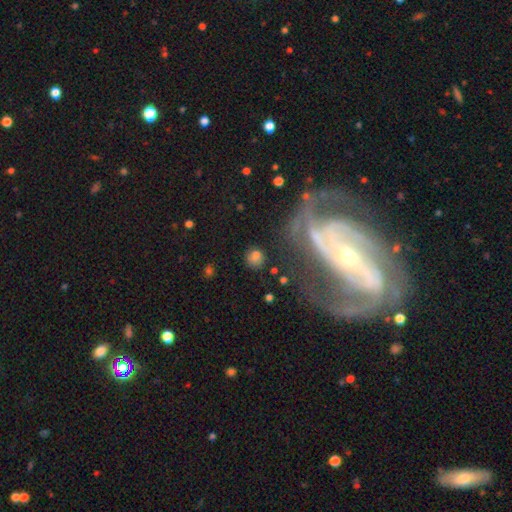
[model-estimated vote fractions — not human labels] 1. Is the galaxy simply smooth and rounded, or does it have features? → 70% smooth, 16% star or artifact, 13% featured or disk.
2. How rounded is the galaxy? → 81% round, 17% in between, 2% cigar-shaped.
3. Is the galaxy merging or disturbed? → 79% none, 11% minor disturbance, 6% major disturbance, 4% merger.